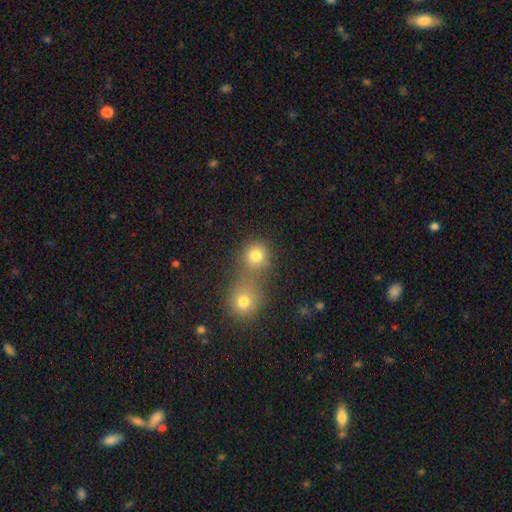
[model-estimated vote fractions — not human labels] This appears to be a smooth galaxy with no disk features (79%) that is round (86%). Merging: merger (45%, tied with none).